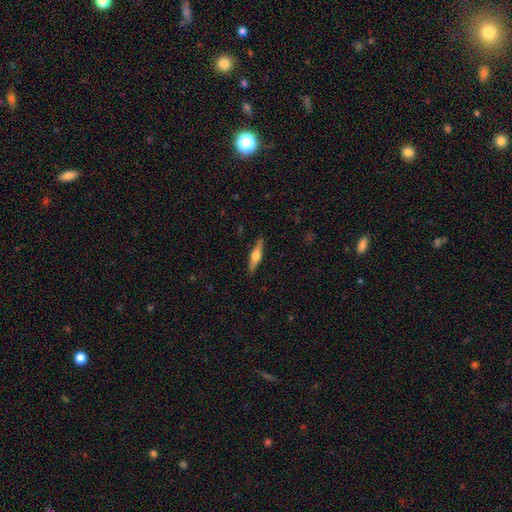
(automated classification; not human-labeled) Smooth or featured? Predicted: featured or disk (p=0.55). Edge-on disk? Predicted: yes (p=0.96). Edge-on bulge? Predicted: rounded (p=0.90). Merging? Predicted: none (p=0.89).